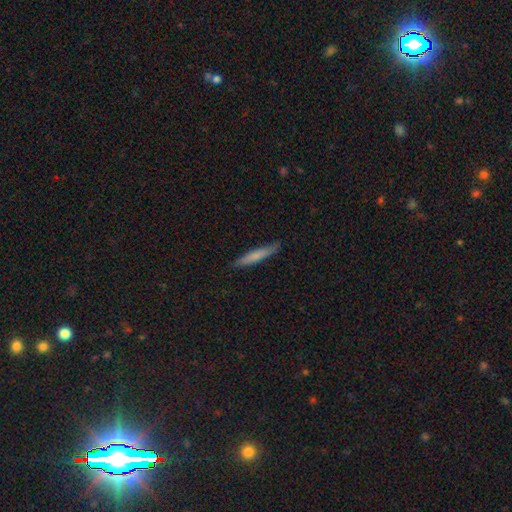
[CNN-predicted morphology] This appears to be a smooth galaxy with no disk features (68%) that is cigar-shaped (94%). Merging: none (87%).